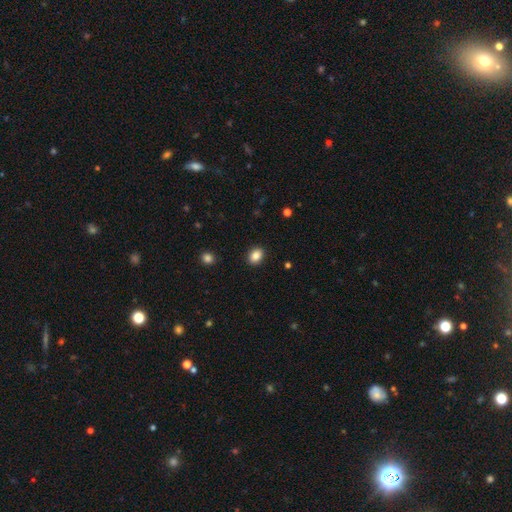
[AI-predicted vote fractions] Overall: smooth (87%). How rounded: in between (63%; round 36%). Merging: none (90%).